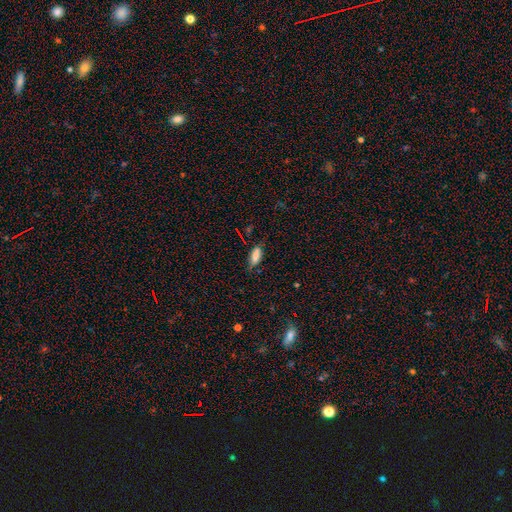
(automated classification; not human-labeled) Smooth or featured? smooth (74%)
How rounded? in between (79%)
Merging? none (73%)